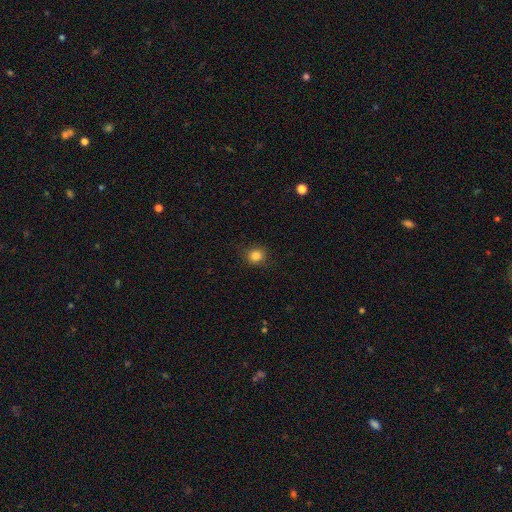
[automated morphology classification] Smooth or featured: smooth — 84% (star or artifact — 11%)
How rounded: round — 83% (in between — 16%)
Merging: none — 86% (minor disturbance — 10%)